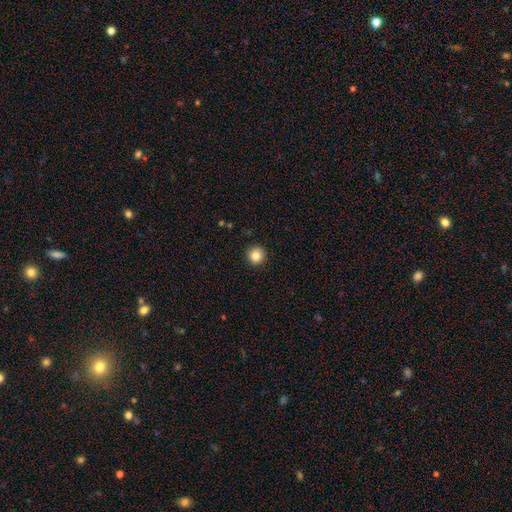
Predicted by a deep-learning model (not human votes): This appears to be a smooth galaxy with no disk features (85%) that is round (95%). Merging: none (93%).